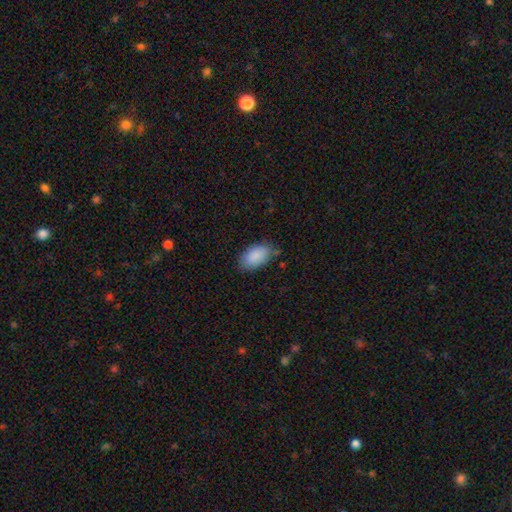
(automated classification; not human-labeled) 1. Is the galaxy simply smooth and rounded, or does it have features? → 89% smooth, 6% star or artifact, 5% featured or disk.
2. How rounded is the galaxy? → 94% in between, 4% round, 2% cigar-shaped.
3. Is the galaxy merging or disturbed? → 73% none, 21% minor disturbance, 4% major disturbance, 2% merger.